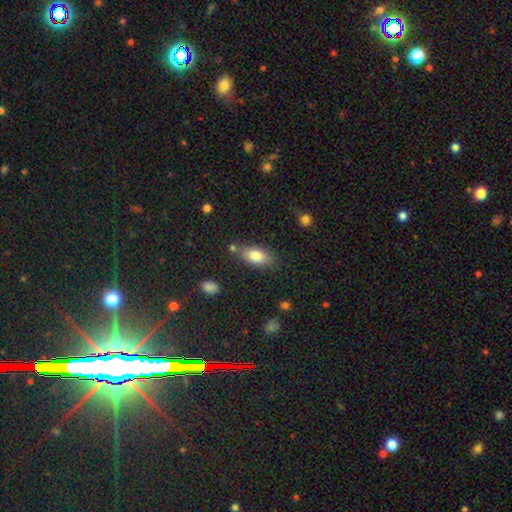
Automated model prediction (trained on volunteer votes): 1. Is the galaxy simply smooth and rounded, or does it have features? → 81% smooth, 12% featured or disk, 8% star or artifact.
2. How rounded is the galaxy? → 86% in between, 10% cigar-shaped, 4% round.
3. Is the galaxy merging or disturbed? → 73% none, 16% minor disturbance, 7% merger, 4% major disturbance.